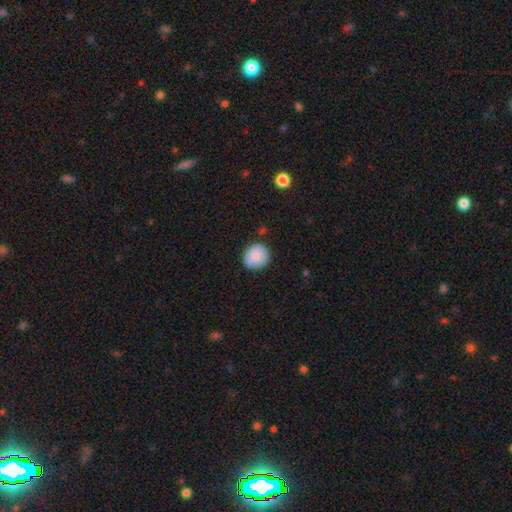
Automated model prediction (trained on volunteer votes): Smooth or featured?
  - smooth: 82% *
  - featured or disk: 10%
  - star or artifact: 7%
How rounded?
  - round: 87% *
  - in between: 12%
  - cigar-shaped: 1%
Merging?
  - none: 81% *
  - minor disturbance: 14%
  - major disturbance: 3%
  - merger: 2%